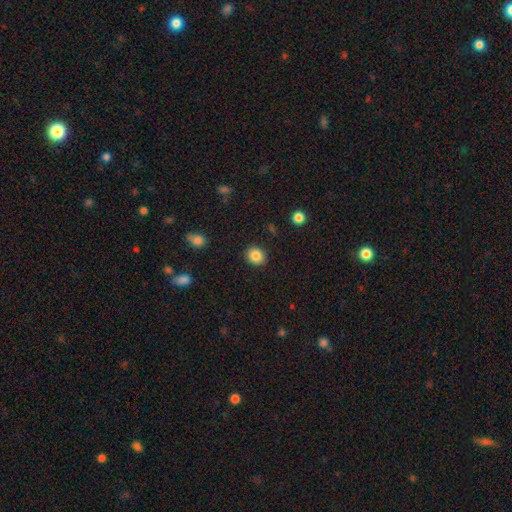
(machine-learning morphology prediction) A smooth galaxy with no disk features (85%) that is round (72%). Merging: none (89%).